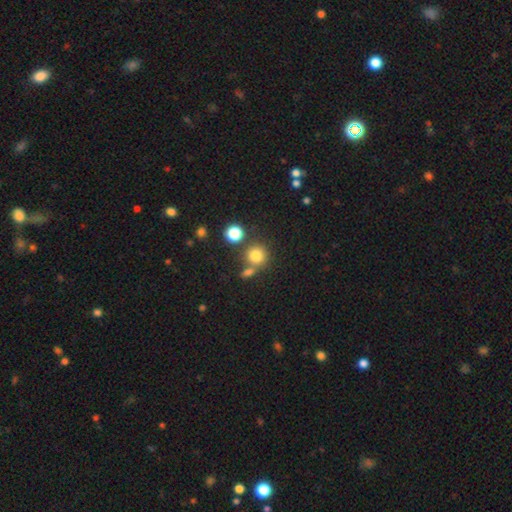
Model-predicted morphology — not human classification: smooth_or_featured: smooth (p=0.78) [alt: star or artifact p=0.14]
how_rounded: round (p=0.89) [alt: in between p=0.10]
merging: none (p=0.65) [alt: merger p=0.22]